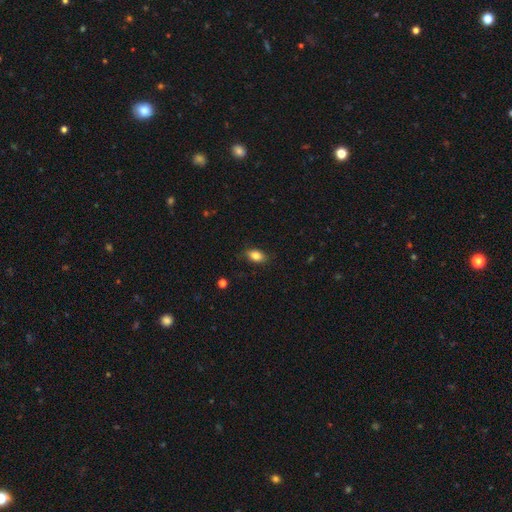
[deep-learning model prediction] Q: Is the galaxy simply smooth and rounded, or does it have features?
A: smooth — 83%.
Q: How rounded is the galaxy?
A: in between — 86%.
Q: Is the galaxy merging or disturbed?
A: none — 80%.